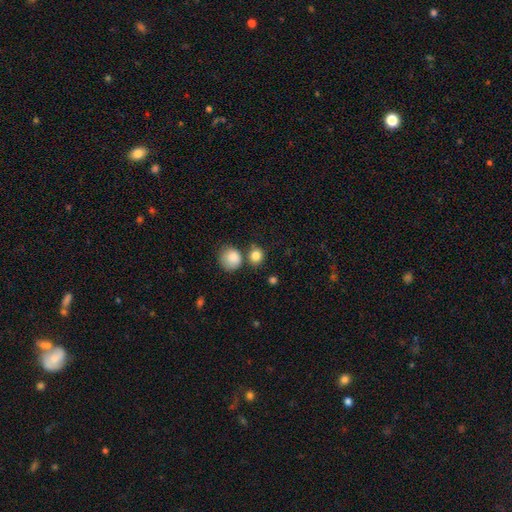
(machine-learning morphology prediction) This is clearly a smooth galaxy (84%). How rounded: likely round (79%). Merging: likely none (64%).